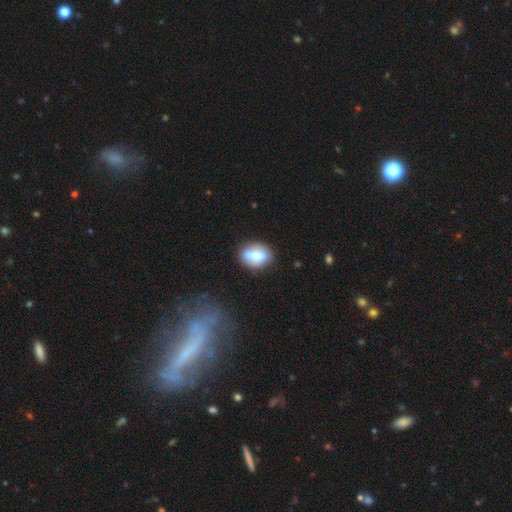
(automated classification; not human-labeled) Morphology: type=smooth (76%); roundness=in between (77%); merging=none (74%).